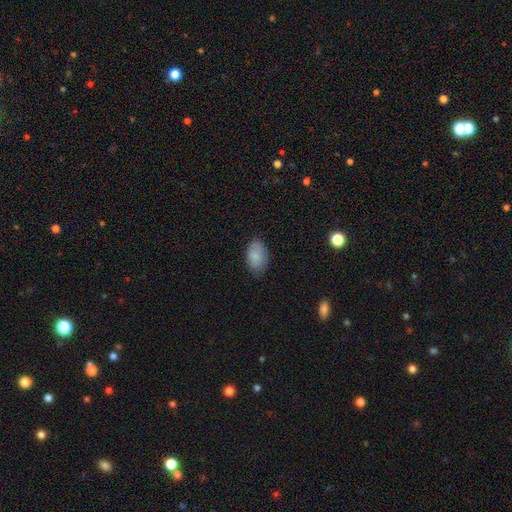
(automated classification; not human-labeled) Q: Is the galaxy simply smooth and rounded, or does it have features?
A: smooth — 83%.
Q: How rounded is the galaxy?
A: in between — 91%.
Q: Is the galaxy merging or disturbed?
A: none — 77%.